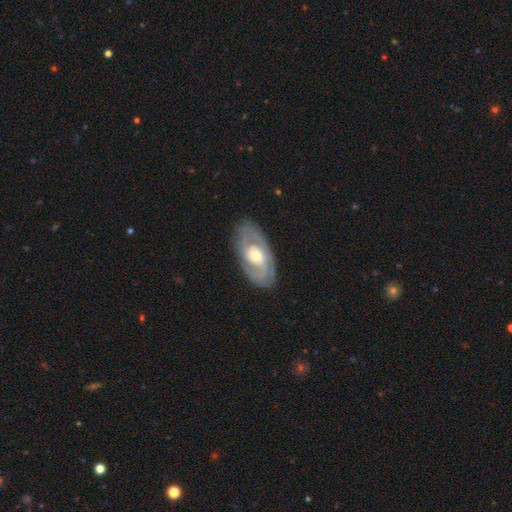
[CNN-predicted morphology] Smooth or featured? Predicted: featured or disk (p=0.79). Edge-on disk? Predicted: no (p=0.93). Bar? Predicted: no (p=0.62). Spiral arms? Predicted: yes (p=0.85). Spiral winding? Predicted: tight (p=0.56). Spiral arm count? Predicted: 2 (p=0.62). Bulge size? Predicted: moderate (p=0.65). Merging? Predicted: none (p=0.81).